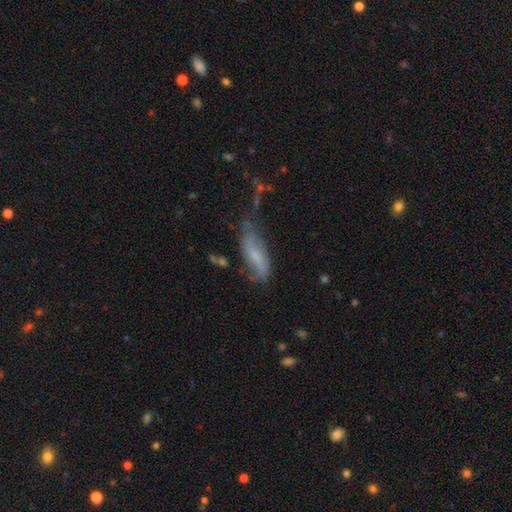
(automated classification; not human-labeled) Smooth or featured: featured or disk — 47% (smooth — 44%)
Merging: none — 39% (minor disturbance — 32%)